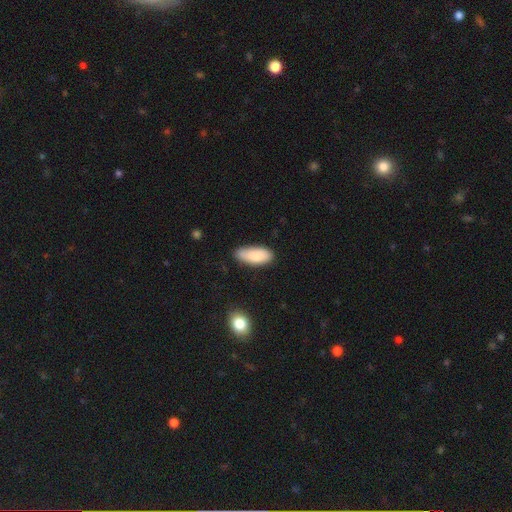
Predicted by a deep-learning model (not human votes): smooth 87%, featured or disk 7%, star or artifact 6%. Down the decision tree: how rounded — in between (81%); merging — none (75%).